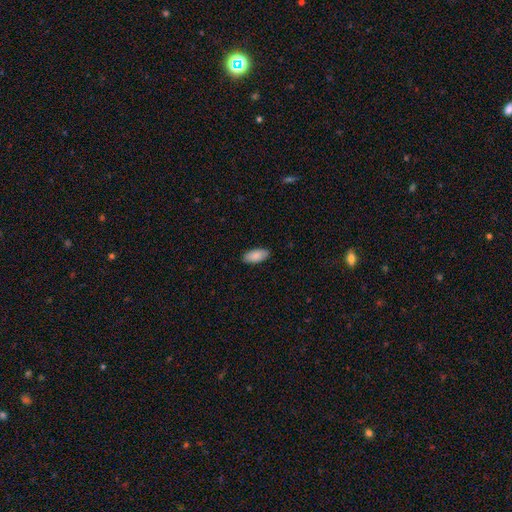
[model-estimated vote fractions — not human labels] A smooth galaxy with no disk features (89%) that is in between round and cigar-shaped (92%). Merging: none (89%).